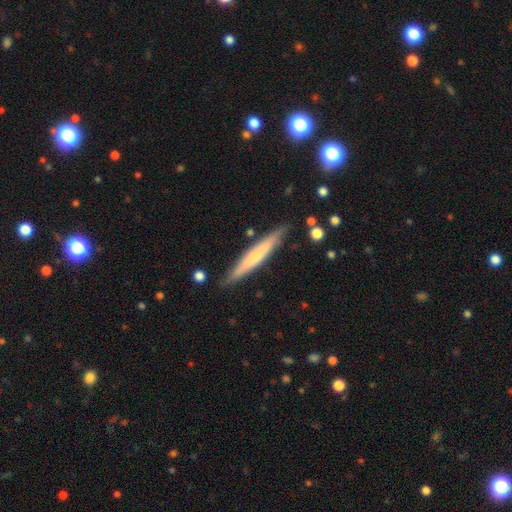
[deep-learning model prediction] A smooth galaxy with no disk features (53%) that is cigar-shaped (94%).

Vote fractions:
- Smooth or featured? smooth: 53% / featured or disk: 41% / star or artifact: 5%
- How rounded? cigar-shaped: 94% / in between: 4% / round: 1%
- Merging? none: 86% / minor disturbance: 10% / merger: 2% / major disturbance: 2%